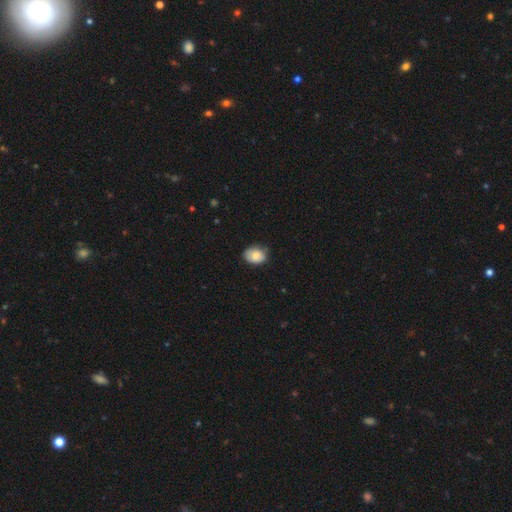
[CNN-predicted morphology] Q: Smooth or featured?
A: smooth (81%); runner-up: featured or disk (12%)
Q: How rounded?
A: in between (66%); runner-up: round (33%)
Q: Merging?
A: none (75%); runner-up: minor disturbance (21%)